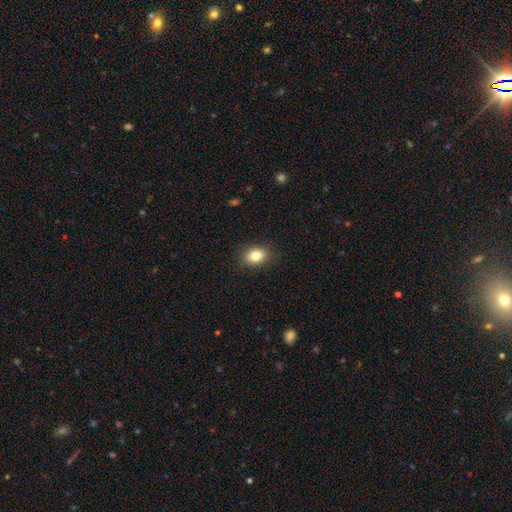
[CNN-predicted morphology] The model was most divided on "how rounded": in between: 71%, round: 28%, cigar-shaped: 1%. More confident: merging — none (87%); smooth or featured — smooth (83%).